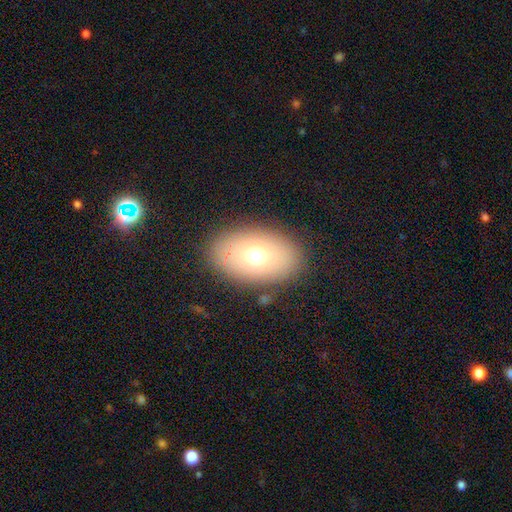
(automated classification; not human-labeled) Smooth or featured?
  - smooth: 68% *
  - featured or disk: 19%
  - star or artifact: 12%
How rounded?
  - in between: 83% *
  - round: 15%
  - cigar-shaped: 1%
Merging?
  - none: 84% *
  - minor disturbance: 10%
  - major disturbance: 5%
  - merger: 2%